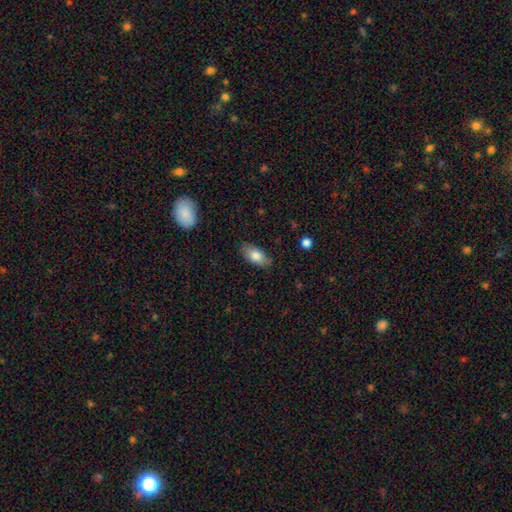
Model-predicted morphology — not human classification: smooth 79%, featured or disk 14%, star or artifact 7%. Down the decision tree: how rounded — in between (90%); merging — none (80%).